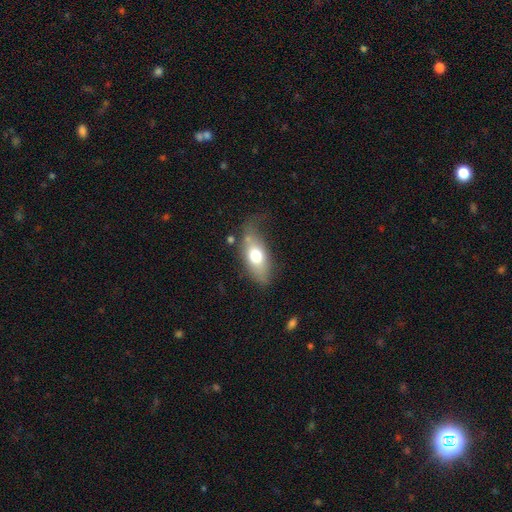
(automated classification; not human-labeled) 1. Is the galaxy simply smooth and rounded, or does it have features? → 67% smooth, 26% featured or disk, 7% star or artifact.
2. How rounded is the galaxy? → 85% in between, 10% cigar-shaped, 5% round.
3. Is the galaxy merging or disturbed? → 53% none, 27% minor disturbance, 15% major disturbance, 5% merger.